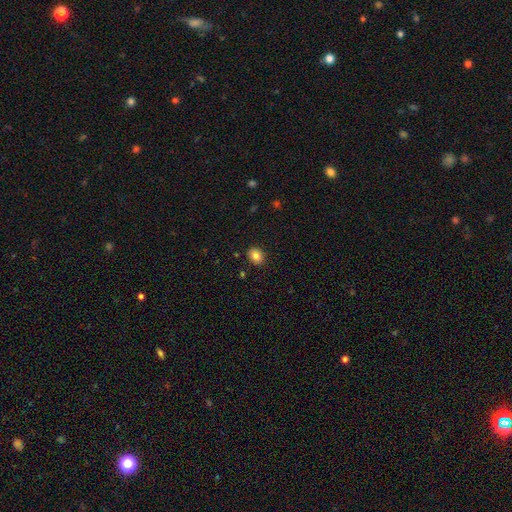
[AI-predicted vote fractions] Smooth or featured? Predicted: smooth (p=0.83). How rounded? Predicted: in between (p=0.55). Merging? Predicted: none (p=0.88).